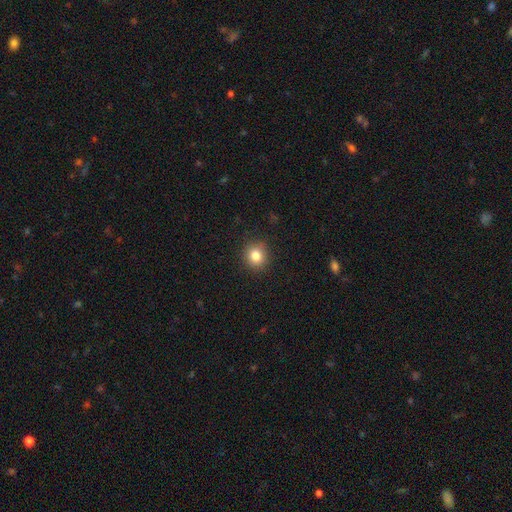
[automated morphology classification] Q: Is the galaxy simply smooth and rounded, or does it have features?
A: smooth — 83%.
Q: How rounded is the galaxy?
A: round — 85%.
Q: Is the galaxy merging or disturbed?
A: none — 89%.